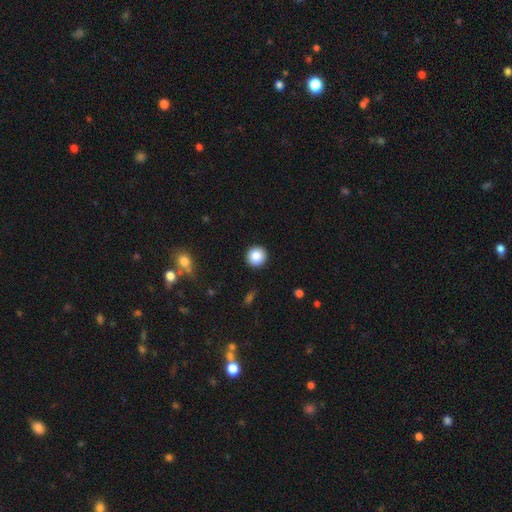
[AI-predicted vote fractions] Smooth or featured? smooth (87%)
How rounded? round (94%)
Merging? none (92%)